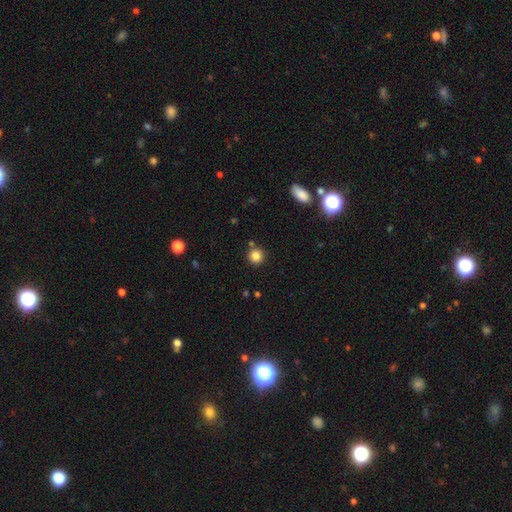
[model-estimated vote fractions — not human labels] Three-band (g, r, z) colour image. It shows a smooth galaxy with no disk features (84%) that is round (94%). Merging: none (85%).